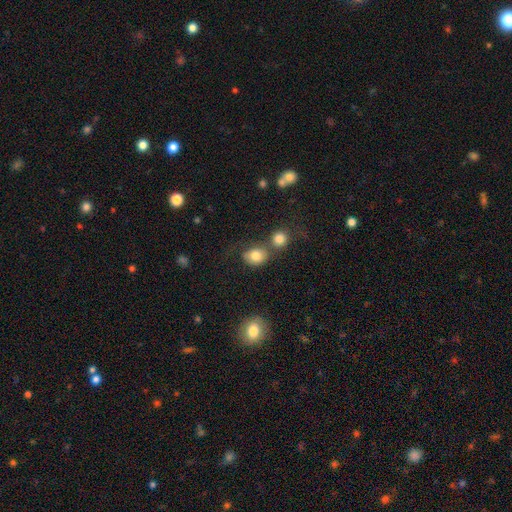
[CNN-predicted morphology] A smooth galaxy with no disk features (81%) that is round (57%). Merging: none (49%).